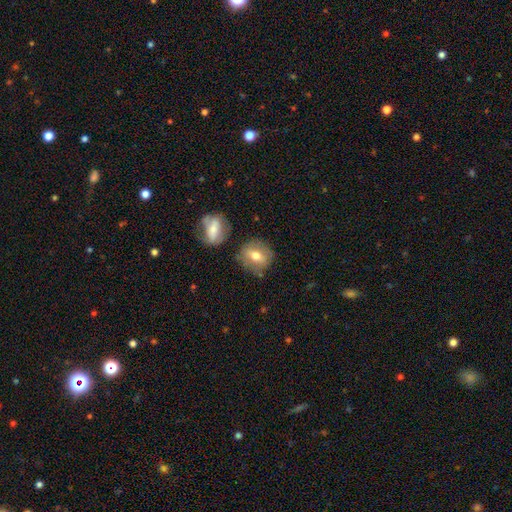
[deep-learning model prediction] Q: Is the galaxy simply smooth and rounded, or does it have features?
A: smooth — 63%.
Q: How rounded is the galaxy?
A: round — 63%.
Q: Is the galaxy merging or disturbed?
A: none — 71%.